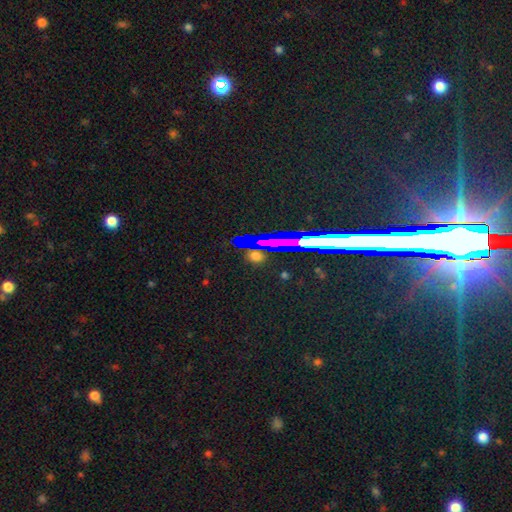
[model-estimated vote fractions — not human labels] star or artifact 58%, smooth 31%, featured or disk 11%.